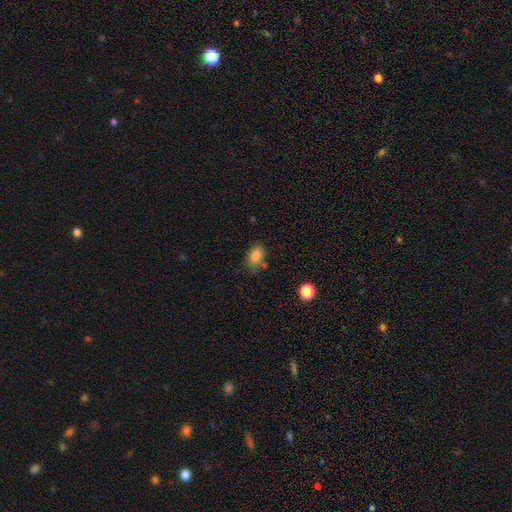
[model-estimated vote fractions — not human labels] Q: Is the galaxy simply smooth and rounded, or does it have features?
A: smooth — 84%.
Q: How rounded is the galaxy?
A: in between — 84%.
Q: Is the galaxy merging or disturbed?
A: none — 73%.